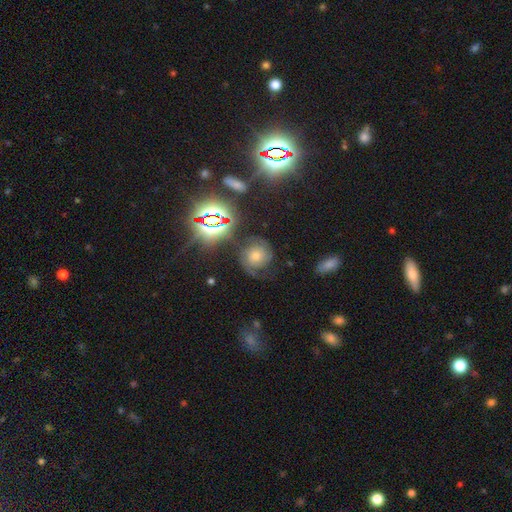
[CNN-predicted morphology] featured or disk 53%, star or artifact 25%, smooth 22%. Down the decision tree: edge-on disk — no (96%); bar — no (75%); spiral arms — yes (90%); bulge size — moderate (55%); merging — none (65%).